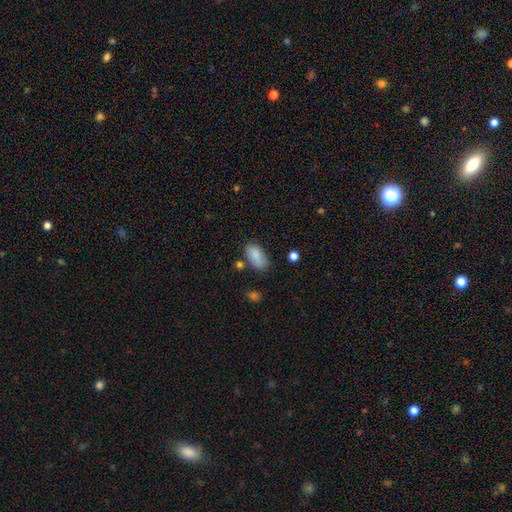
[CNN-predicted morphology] smooth_or_featured: smooth (p=0.86) [alt: star or artifact p=0.08]
how_rounded: in between (p=0.93) [alt: round p=0.04]
merging: none (p=0.67) [alt: minor disturbance p=0.21]